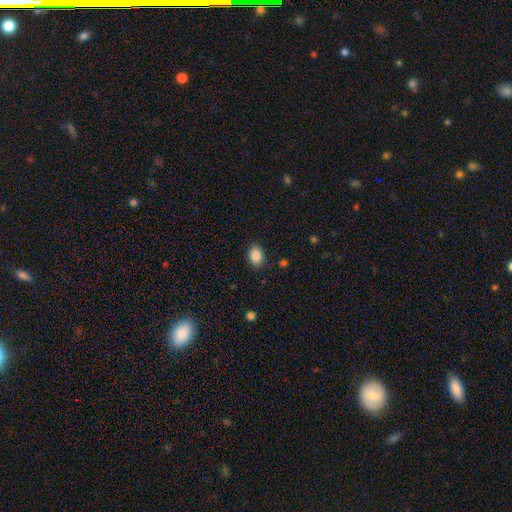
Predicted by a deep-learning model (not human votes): Smooth or featured? Predicted: smooth (p=0.87). How rounded? Predicted: in between (p=0.69). Merging? Predicted: none (p=0.86).